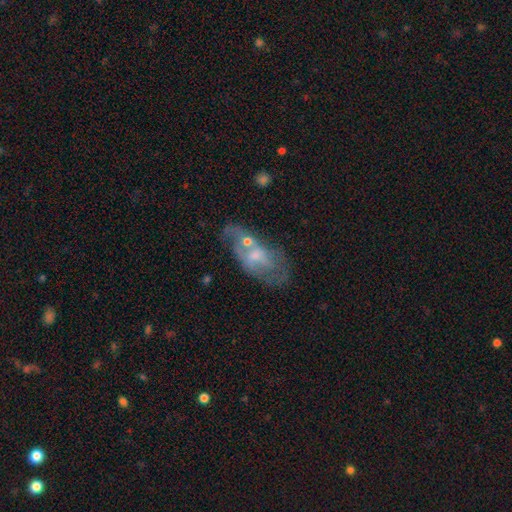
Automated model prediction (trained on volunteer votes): A featured or disk galaxy (58%) with no bar (66%), no spiral arms (52%) and a moderate central bulge (43%).

Vote fractions:
- Smooth or featured? featured or disk: 58% / smooth: 34% / star or artifact: 8%
- Edge-on disk? no: 92% / yes: 8%
- Bar? no: 66% / weak: 28% / strong: 5%
- Spiral arms? no: 52% / yes: 48%
- Bulge size? moderate: 43% / small: 40% / none: 12% / large: 5% / dominant: 1%
- Merging? none: 32% / merger: 24% / major disturbance: 23% / minor disturbance: 21%